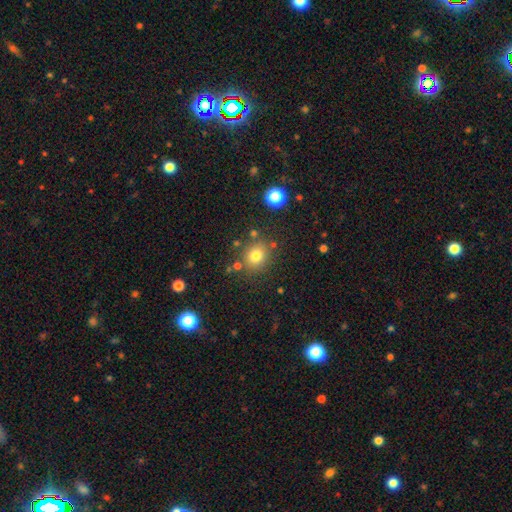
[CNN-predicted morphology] Smooth or featured? Predicted: smooth (p=0.77). How rounded? Predicted: round (p=0.71). Merging? Predicted: none (p=0.79).